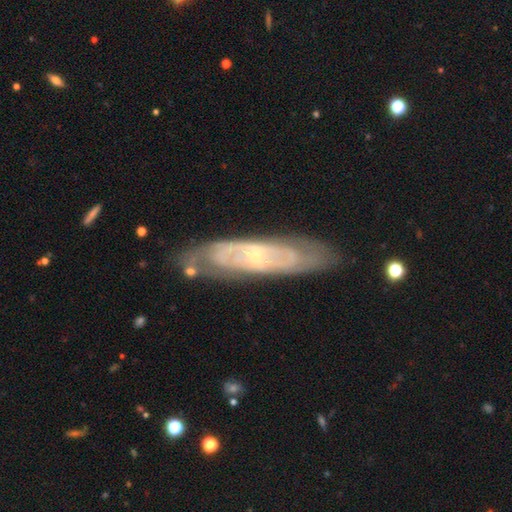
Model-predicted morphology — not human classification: smooth-or-featured: featured or disk: 77% | smooth: 17% | star or artifact: 6%
  disk-edge-on: no: 72% | yes: 28%
    bar: weak: 45% | no: 40% | strong: 15%
    has-spiral-arms: yes: 82% | no: 18%
    bulge-size: small: 61% | moderate: 26% | none: 9% | large: 2% | dominant: 1%
  merging: none: 76% | minor disturbance: 17% | major disturbance: 5% | merger: 3%